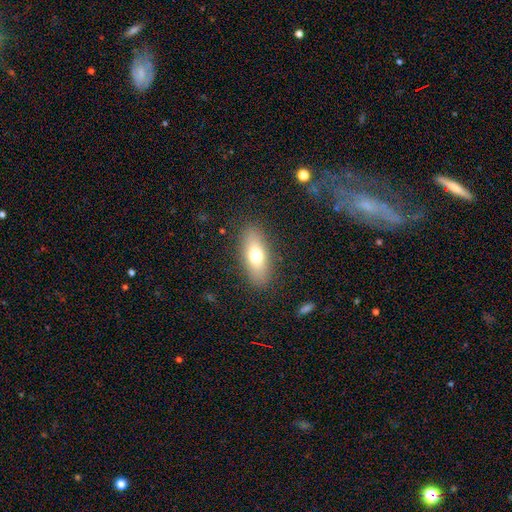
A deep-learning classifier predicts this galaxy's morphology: The model was most divided on "smooth or featured": smooth: 69%, featured or disk: 23%, star or artifact: 8%. More confident: merging — none (86%); how rounded — in between (75%).